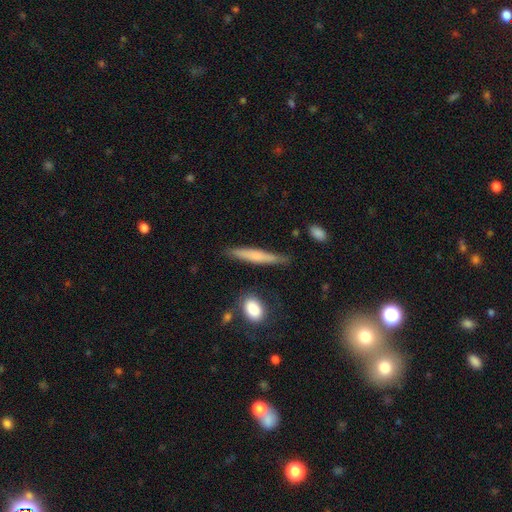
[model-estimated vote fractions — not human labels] This appears to be a smooth galaxy with no disk features (59%) that is cigar-shaped (92%). Merging: none (80%).